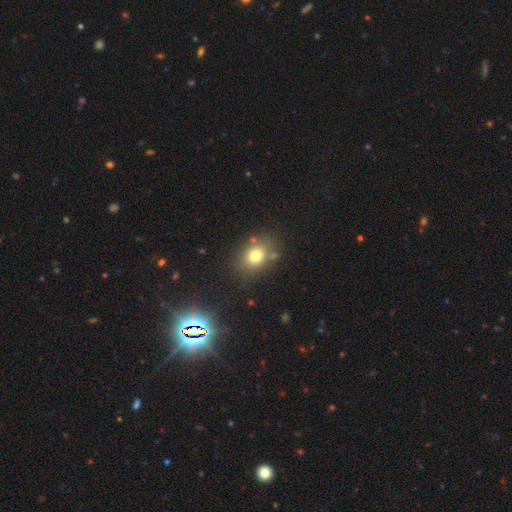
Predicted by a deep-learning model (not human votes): Overall: smooth (75%). How rounded: in between (52%; round 47%). Merging: none (75%).